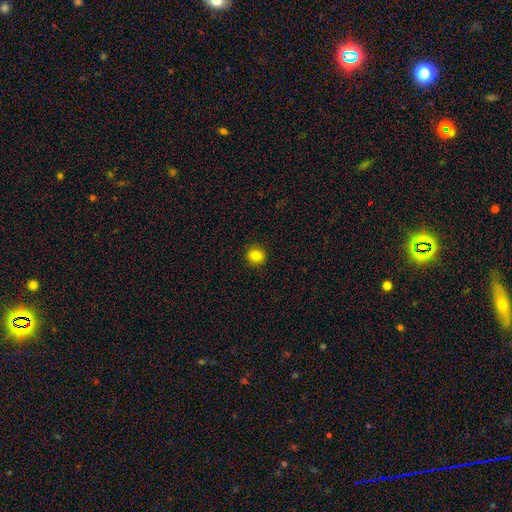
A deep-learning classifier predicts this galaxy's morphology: smooth 83%, star or artifact 11%, featured or disk 5%. Down the decision tree: how rounded — round (84%); merging — none (91%).